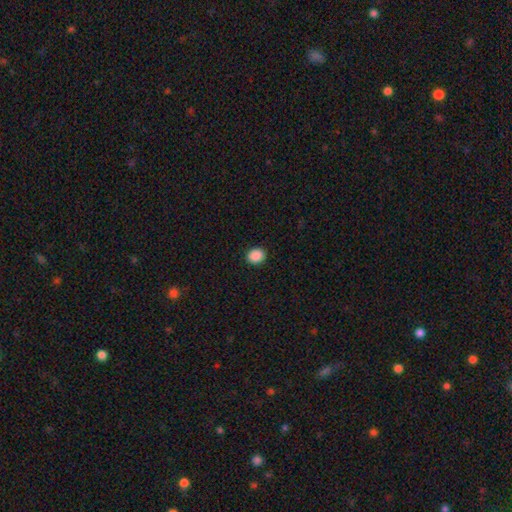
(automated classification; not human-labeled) This appears to be a smooth galaxy with no disk features (90%) that is round (63%). Merging: none (92%).